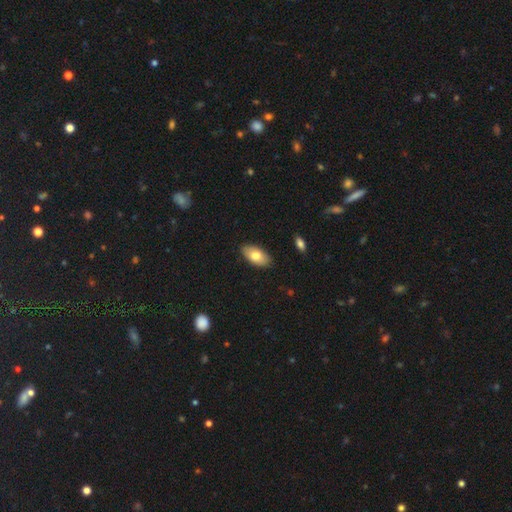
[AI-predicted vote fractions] Morphology: type=smooth (76%); roundness=in between (93%); merging=none (87%).